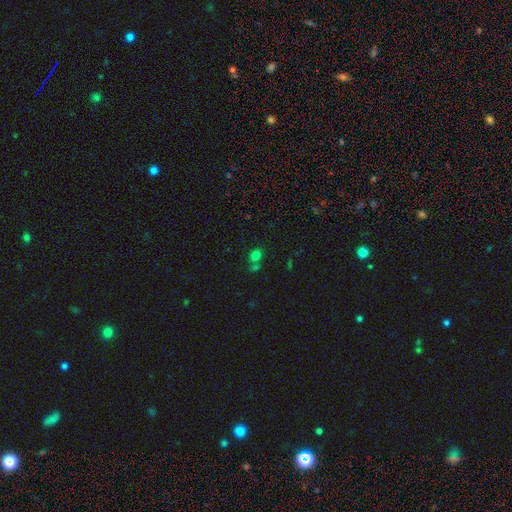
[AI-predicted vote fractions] Smooth or featured?
  - smooth: 70% *
  - star or artifact: 21%
  - featured or disk: 9%
How rounded?
  - round: 63% *
  - in between: 36%
  - cigar-shaped: 1%
Merging?
  - none: 50% *
  - merger: 33%
  - minor disturbance: 11%
  - major disturbance: 6%